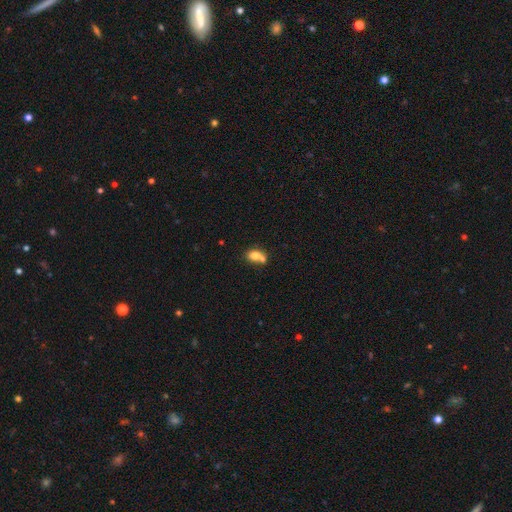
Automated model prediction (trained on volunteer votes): The model was most divided on "merging": merger: 48%, none: 34%, minor disturbance: 13%, major disturbance: 6%. More confident: smooth or featured — smooth (77%); how rounded — in between (70%).